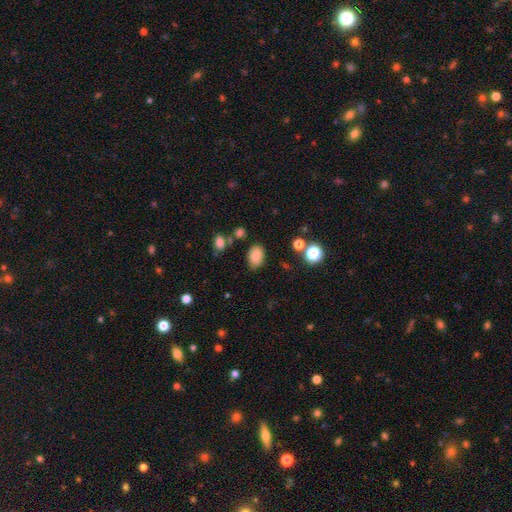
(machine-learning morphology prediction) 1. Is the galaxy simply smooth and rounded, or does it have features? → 83% smooth, 10% star or artifact, 7% featured or disk.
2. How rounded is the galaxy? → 84% in between, 15% round, 1% cigar-shaped.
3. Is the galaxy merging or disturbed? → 78% none, 15% minor disturbance, 4% major disturbance, 3% merger.